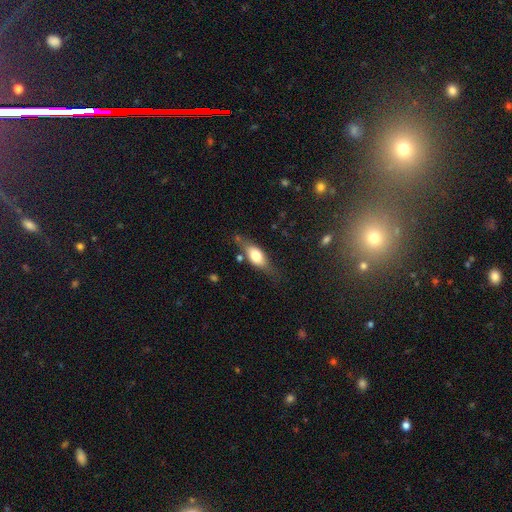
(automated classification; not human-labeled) smooth 60%, featured or disk 33%, star or artifact 7%. Down the decision tree: how rounded — in between (74%); merging — none (65%).